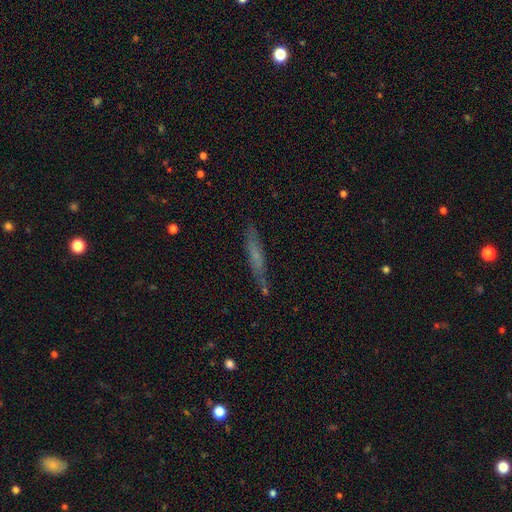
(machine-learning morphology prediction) A smooth galaxy with no disk features (51%) that is cigar-shaped (92%). Merging: none (74%).